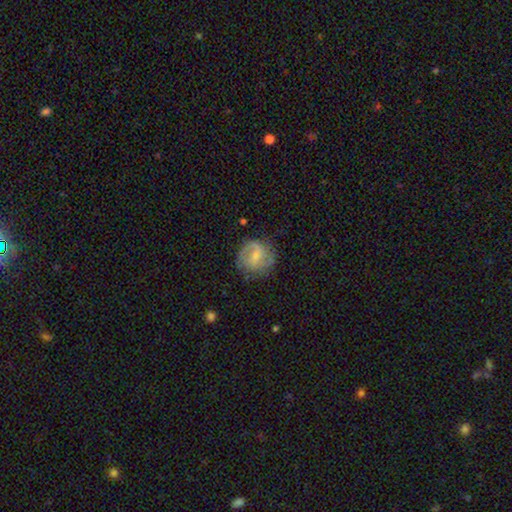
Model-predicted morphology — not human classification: The model was most divided on "bar": weak: 50%, no: 38%, strong: 12%. Remaining: edge-on disk — no (98%); spiral arms — yes (89%); merging — none (72%); spiral arm count — 2 (68%); smooth or featured — featured or disk (66%); bulge size — small (63%); spiral winding — medium (46%).